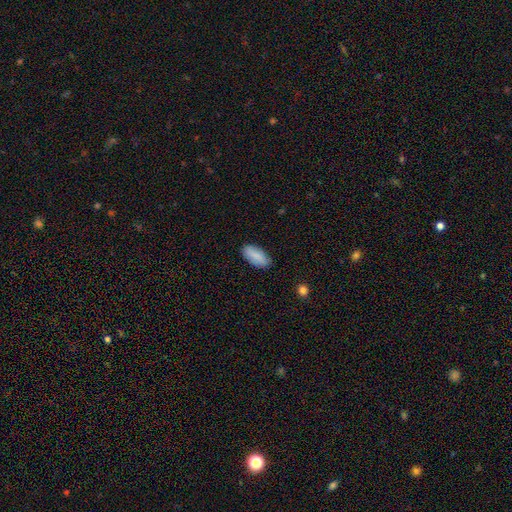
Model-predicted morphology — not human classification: smooth-or-featured: smooth: 83% | featured or disk: 10% | star or artifact: 6%
  how-rounded: in between: 91% | cigar-shaped: 7% | round: 2%
  merging: none: 82% | minor disturbance: 14% | major disturbance: 2% | merger: 1%